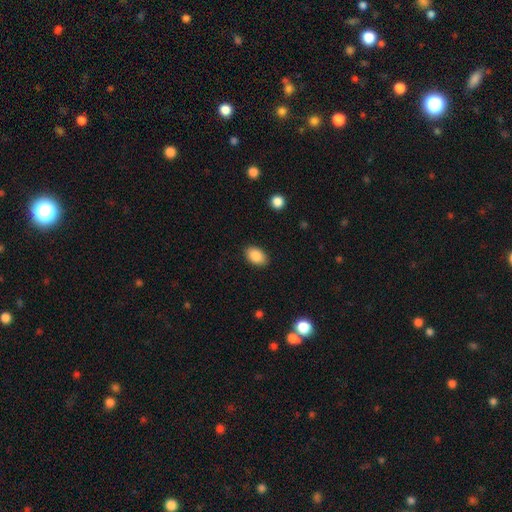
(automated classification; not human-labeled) Smooth or featured?
  - smooth: 88% *
  - star or artifact: 8%
  - featured or disk: 4%
How rounded?
  - in between: 89% *
  - round: 10%
  - cigar-shaped: 1%
Merging?
  - none: 88% *
  - minor disturbance: 9%
  - major disturbance: 2%
  - merger: 1%